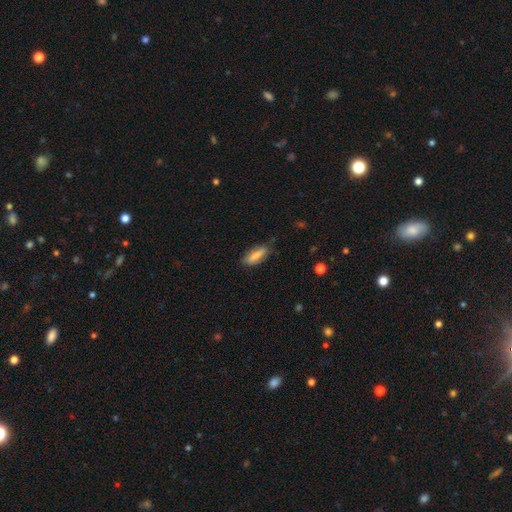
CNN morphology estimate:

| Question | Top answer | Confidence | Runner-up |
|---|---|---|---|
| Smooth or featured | smooth | 74% | featured or disk (19%) |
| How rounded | in between | 62% | cigar-shaped (36%) |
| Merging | none | 70% | minor disturbance (23%) |